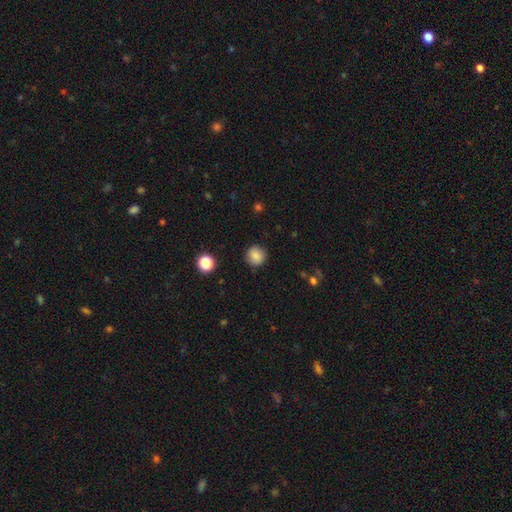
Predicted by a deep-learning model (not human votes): A smooth galaxy with no disk features (85%) that is round (91%). Merging: none (89%).